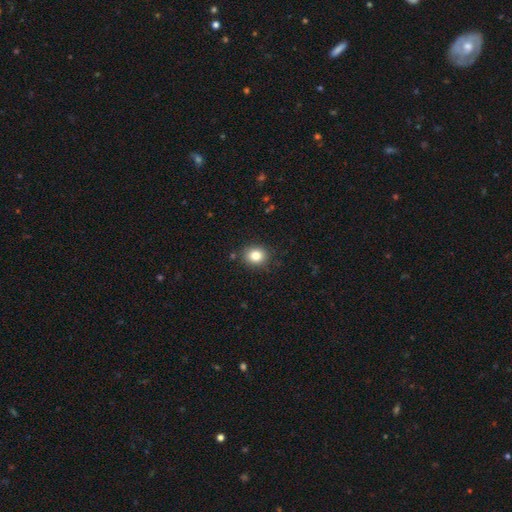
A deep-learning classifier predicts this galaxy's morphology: A smooth galaxy with no disk features (82%) that is round (72%). Merging: none (87%).